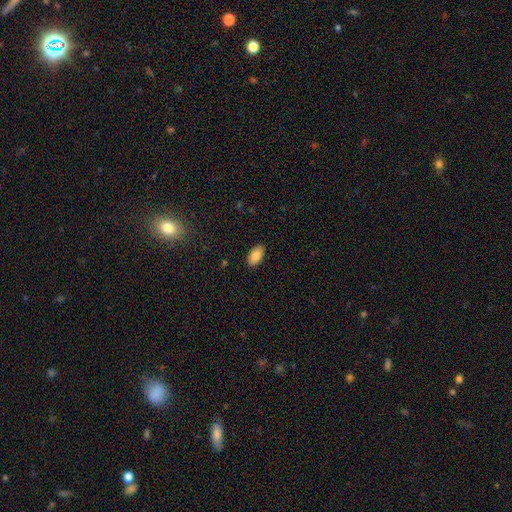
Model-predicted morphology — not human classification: Smooth or featured? Predicted: smooth (p=0.86). How rounded? Predicted: in between (p=0.95). Merging? Predicted: none (p=0.89).